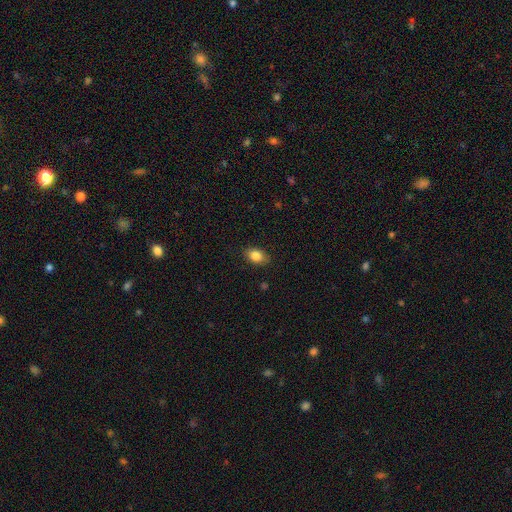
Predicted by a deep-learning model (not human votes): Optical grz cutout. It shows a smooth galaxy with no disk features (85%) that is in between round and cigar-shaped (84%). Merging: none (85%).